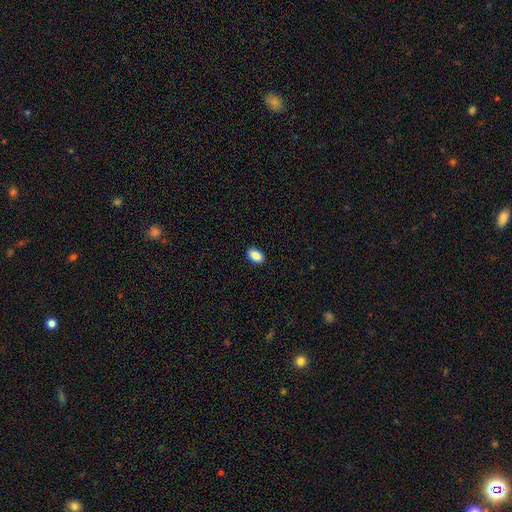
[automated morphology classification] This is clearly a smooth galaxy (90%). How rounded: clearly in between (91%). Merging: clearly none (88%).